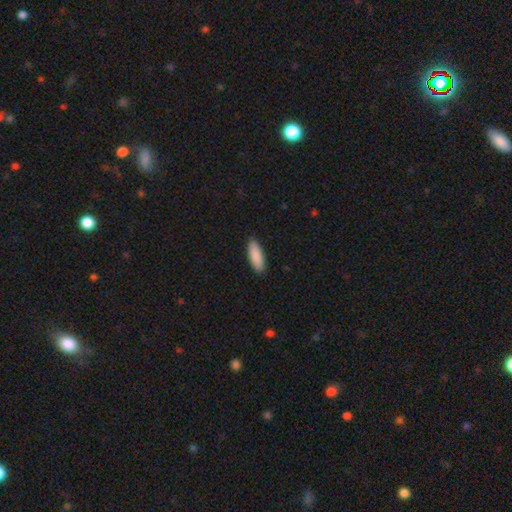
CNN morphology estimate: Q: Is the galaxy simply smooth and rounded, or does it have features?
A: smooth — 90%.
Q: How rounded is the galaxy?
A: in between — 63%.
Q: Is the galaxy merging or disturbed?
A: none — 90%.